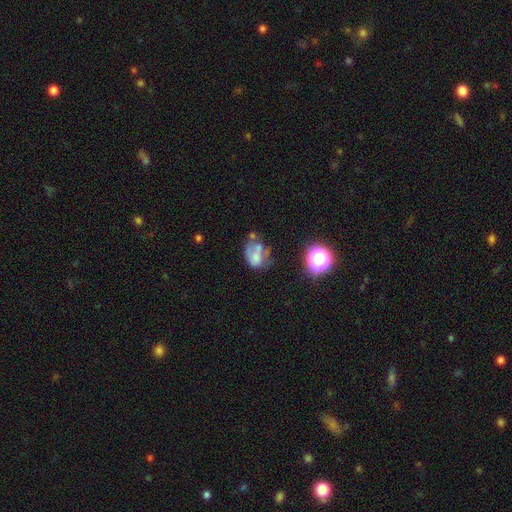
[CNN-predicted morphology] A smooth galaxy with no disk features (50%) that is in between round and cigar-shaped (69%). Merging: none (28%, tied with major disturbance).